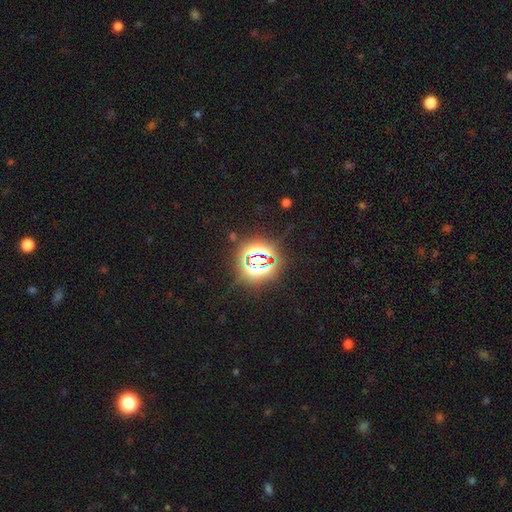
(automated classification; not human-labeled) smooth-or-featured: star or artifact: 78% | smooth: 14% | featured or disk: 8%